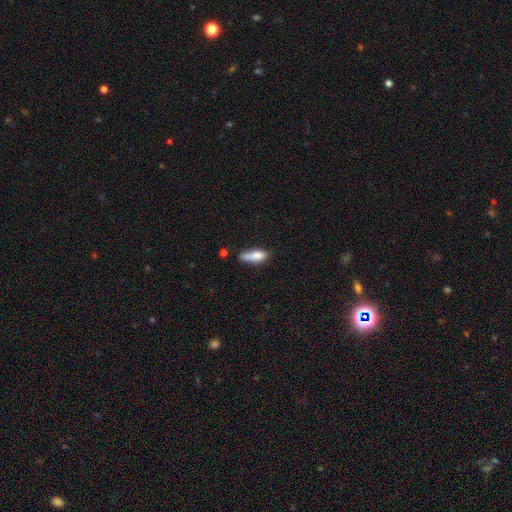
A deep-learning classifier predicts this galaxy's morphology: Smooth or featured? Predicted: smooth (p=0.79). How rounded? Predicted: in between (p=0.58). Merging? Predicted: none (p=0.43).